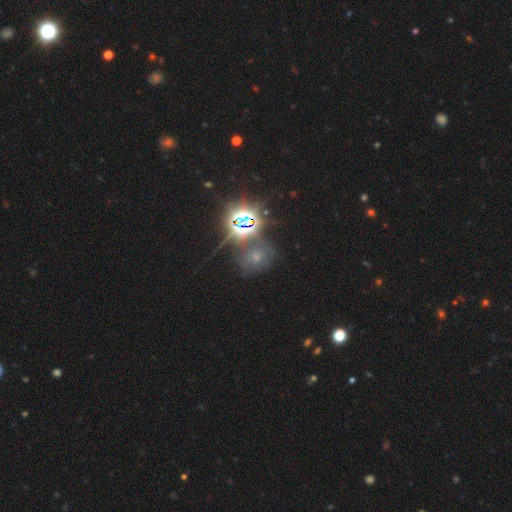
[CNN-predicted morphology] smooth_or_featured: star or artifact (p=0.58) [alt: smooth p=0.24]